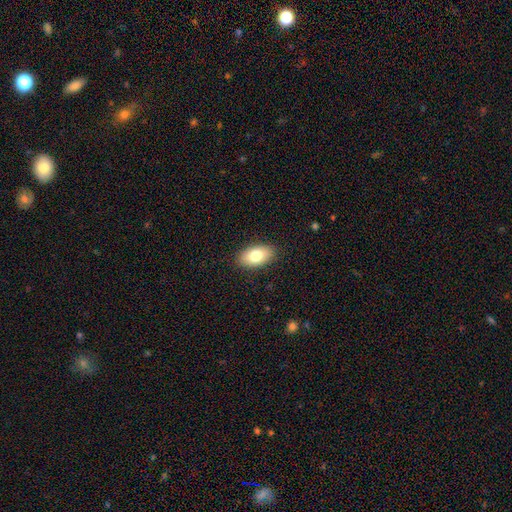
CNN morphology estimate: smooth-or-featured: smooth: 79% | featured or disk: 14% | star or artifact: 7%
  how-rounded: in between: 93% | round: 4% | cigar-shaped: 2%
  merging: none: 88% | minor disturbance: 9% | major disturbance: 2% | merger: 1%